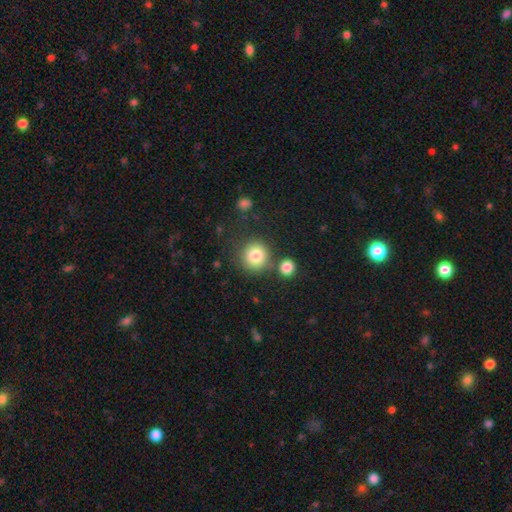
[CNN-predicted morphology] A smooth galaxy with no disk features (83%) that is round (91%). Merging: none (75%).